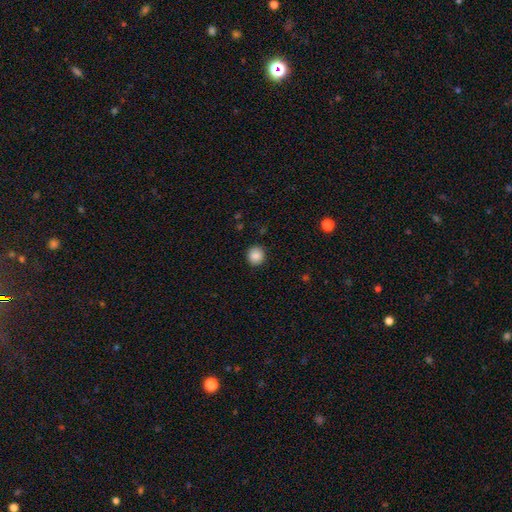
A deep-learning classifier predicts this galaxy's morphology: A smooth galaxy with no disk features (87%) that is round (91%).

Vote fractions:
- Smooth or featured? smooth: 87% / star or artifact: 9% / featured or disk: 4%
- How rounded? round: 91% / in between: 8% / cigar-shaped: 1%
- Merging? none: 91% / minor disturbance: 6% / major disturbance: 2% / merger: 1%